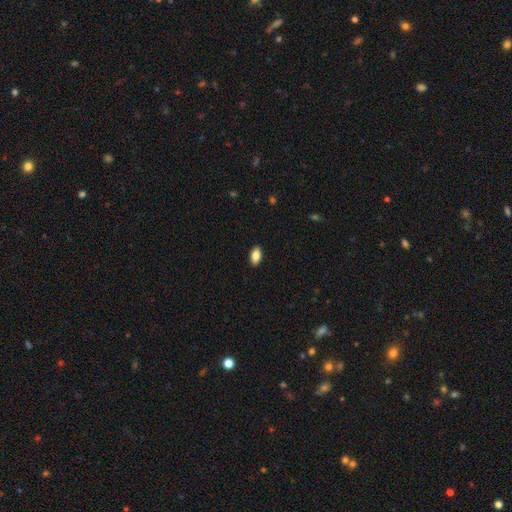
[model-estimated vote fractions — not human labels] Smooth or featured: smooth — 83% (featured or disk — 10%)
How rounded: in between — 92% (cigar-shaped — 4%)
Merging: none — 90% (minor disturbance — 8%)